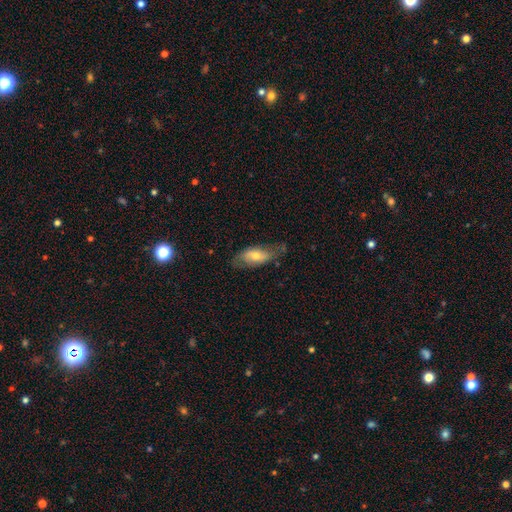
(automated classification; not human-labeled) Morphology: type=smooth (57%); roundness=in between (85%); merging=none (62%).